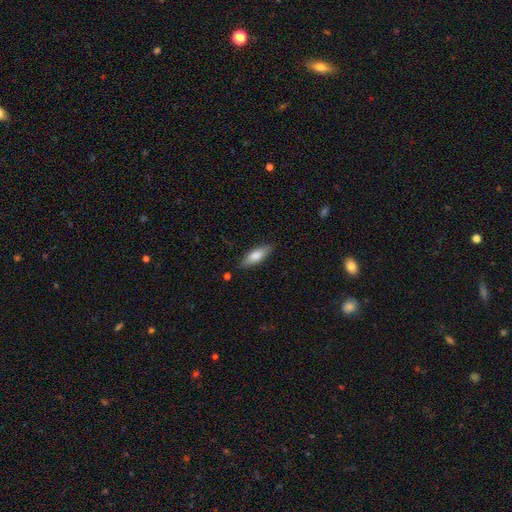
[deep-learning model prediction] Smooth or featured? smooth (75%)
How rounded? in between (60%)
Merging? none (84%)